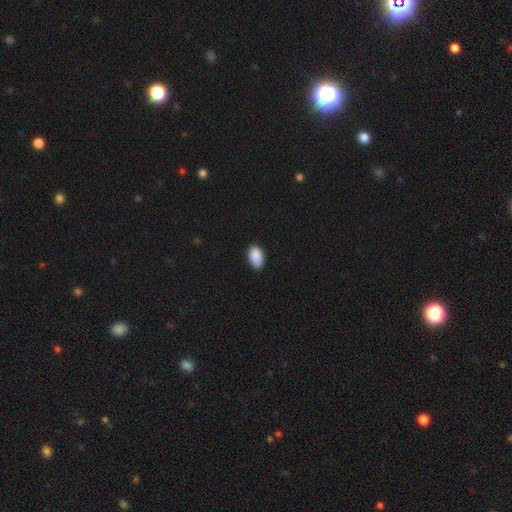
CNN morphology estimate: type=smooth (89%); roundness=in between (93%); merging=none (82%).